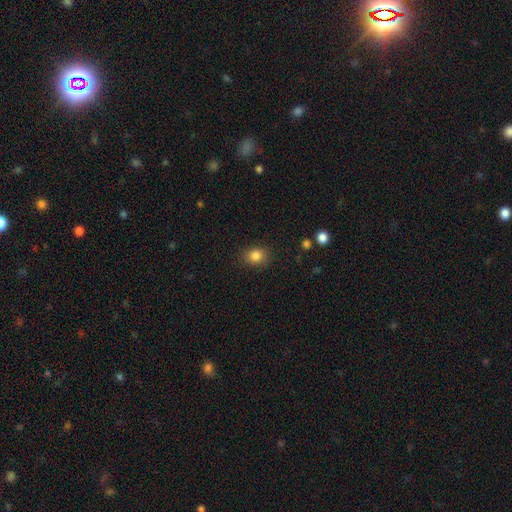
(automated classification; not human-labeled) Smooth or featured? Predicted: smooth (p=0.84). How rounded? Predicted: round (p=0.65). Merging? Predicted: none (p=0.85).